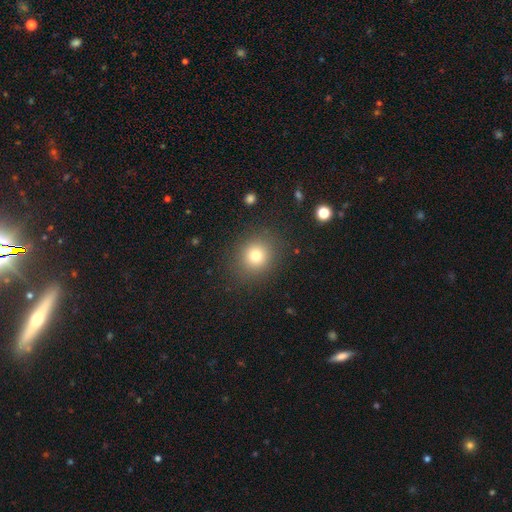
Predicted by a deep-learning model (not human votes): smooth_or_featured: smooth (p=0.76) [alt: star or artifact p=0.14]
how_rounded: round (p=0.83) [alt: in between p=0.16]
merging: none (p=0.87) [alt: minor disturbance p=0.08]